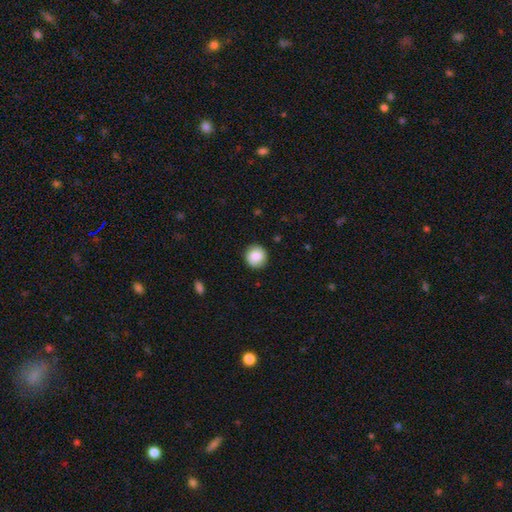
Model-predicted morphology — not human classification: This is clearly a smooth galaxy (85%). How rounded: clearly round (92%). Merging: clearly none (89%).